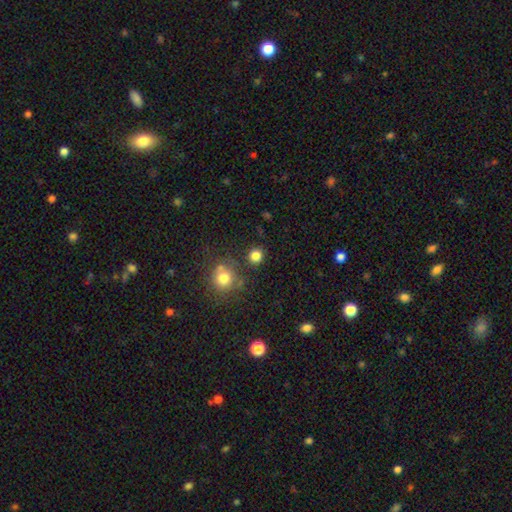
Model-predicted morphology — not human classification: Q: Smooth or featured?
A: smooth (82%); runner-up: star or artifact (13%)
Q: How rounded?
A: round (90%); runner-up: in between (9%)
Q: Merging?
A: none (84%); runner-up: minor disturbance (8%)